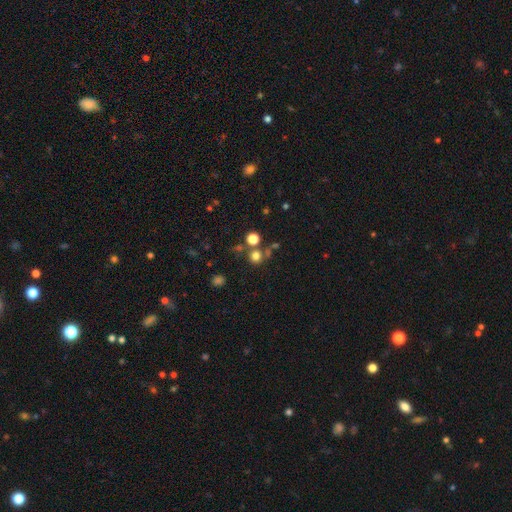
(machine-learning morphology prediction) type=smooth (72%); roundness=round (90%); merging=none (67%).